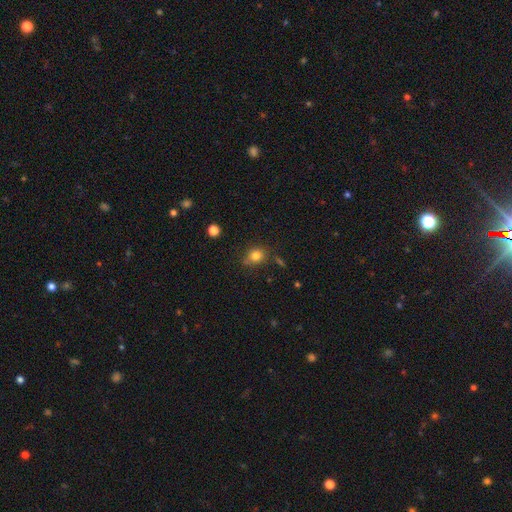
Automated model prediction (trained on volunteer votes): smooth-or-featured: smooth: 81% | star or artifact: 12% | featured or disk: 7%
  how-rounded: round: 64% | in between: 34% | cigar-shaped: 1%
  merging: none: 74% | minor disturbance: 17% | merger: 5% | major disturbance: 4%